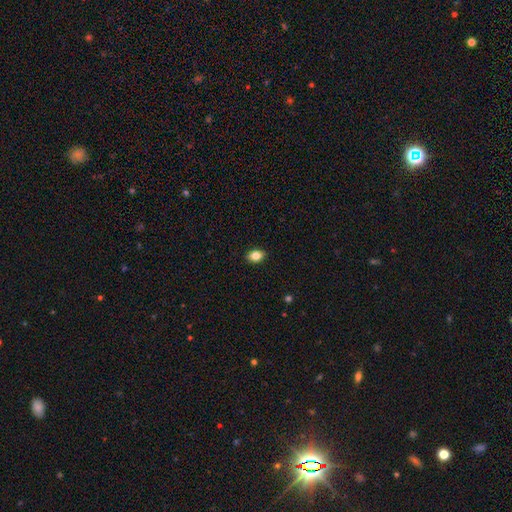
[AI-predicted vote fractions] Smooth or featured? smooth (83%)
How rounded? in between (76%)
Merging? none (89%)